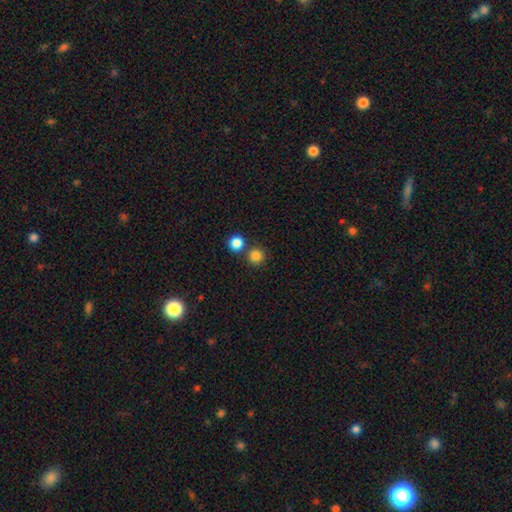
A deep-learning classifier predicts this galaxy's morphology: Smooth or featured?
  - smooth: 82% *
  - star or artifact: 13%
  - featured or disk: 5%
How rounded?
  - round: 94% *
  - in between: 5%
  - cigar-shaped: 1%
Merging?
  - none: 75% *
  - merger: 17%
  - minor disturbance: 6%
  - major disturbance: 2%